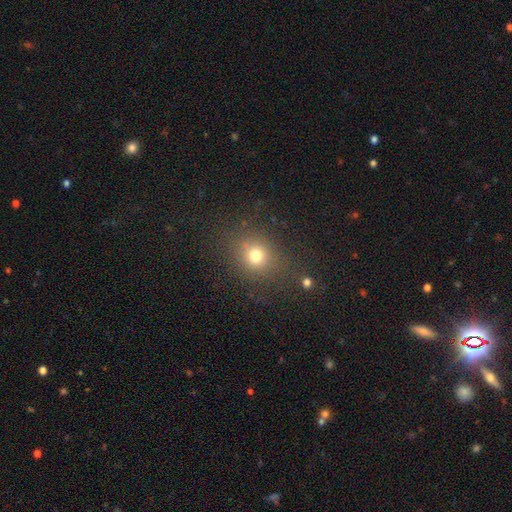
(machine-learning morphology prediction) This appears to be a smooth galaxy with no disk features (74%) that is round (71%). Merging: none (79%).